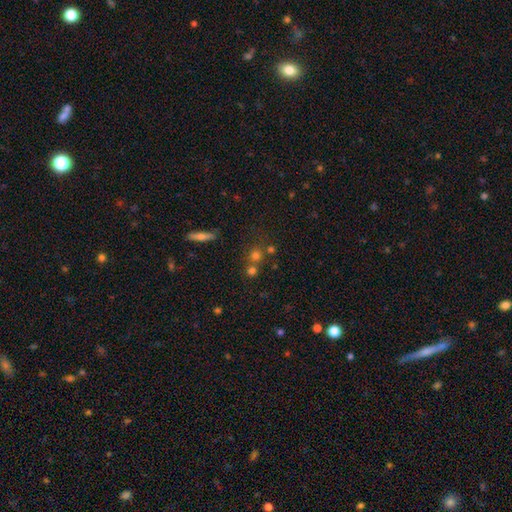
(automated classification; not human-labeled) smooth 58%, star or artifact 27%, featured or disk 14%. Down the decision tree: how rounded — round (88%); merging — none (59%).